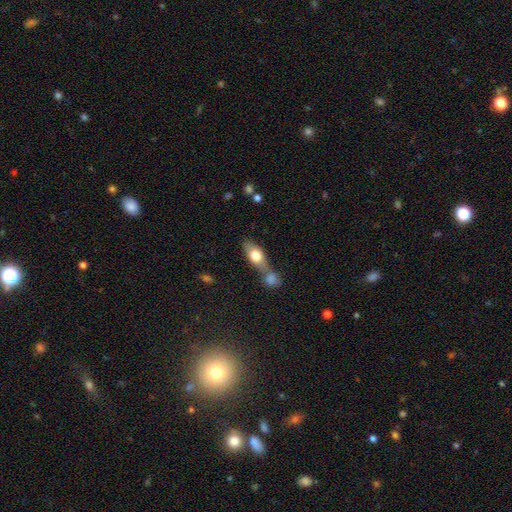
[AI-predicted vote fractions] This is likely a smooth galaxy (70%). How rounded: likely in between (76%). Merging: marginally merger (44%).